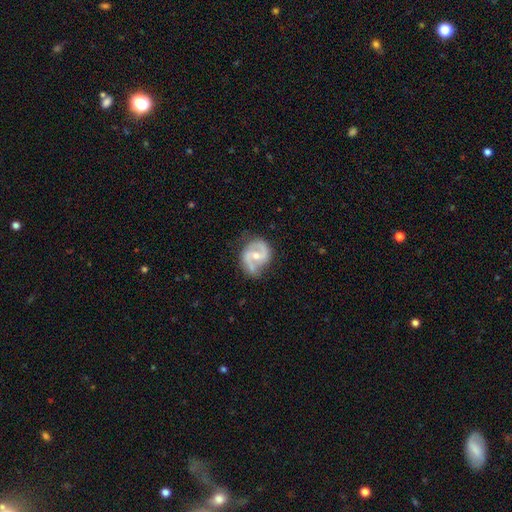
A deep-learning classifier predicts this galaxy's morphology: A featured or disk galaxy (83%) with a weak bar (47%), 2 (88%) medium (54%) spiral arms (93%) and a moderate central bulge (55%). Merging: none (67%).